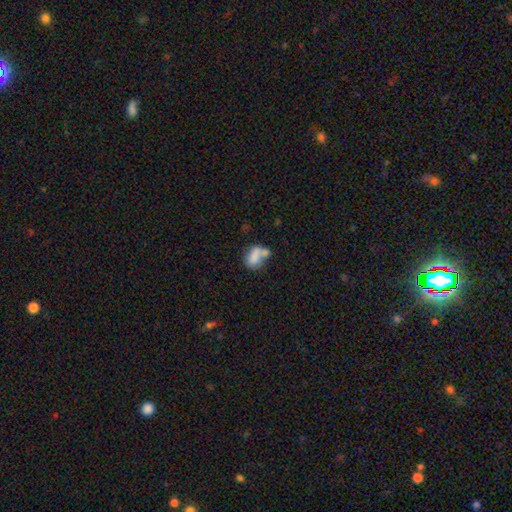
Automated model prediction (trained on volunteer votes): Overall: smooth (73%). How rounded: in between (78%). Merging: merger (46%; none 28%).